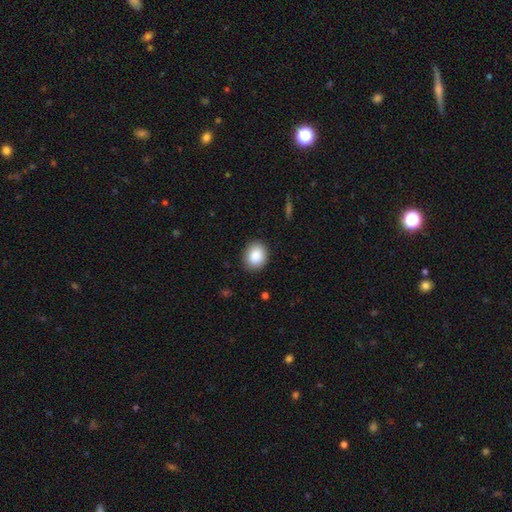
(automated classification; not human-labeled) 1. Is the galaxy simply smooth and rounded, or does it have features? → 88% smooth, 7% star or artifact, 5% featured or disk.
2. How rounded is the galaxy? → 57% round, 42% in between, 1% cigar-shaped.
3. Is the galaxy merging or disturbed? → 88% none, 9% minor disturbance, 2% major disturbance, 1% merger.